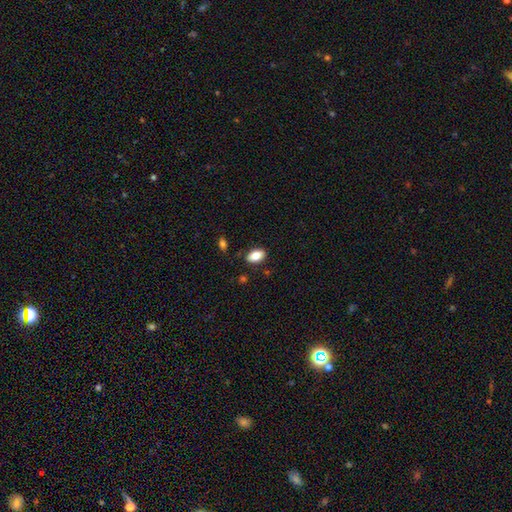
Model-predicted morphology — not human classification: Smooth or featured: smooth — 82% (featured or disk — 10%)
How rounded: in between — 91% (round — 6%)
Merging: none — 85% (minor disturbance — 10%)